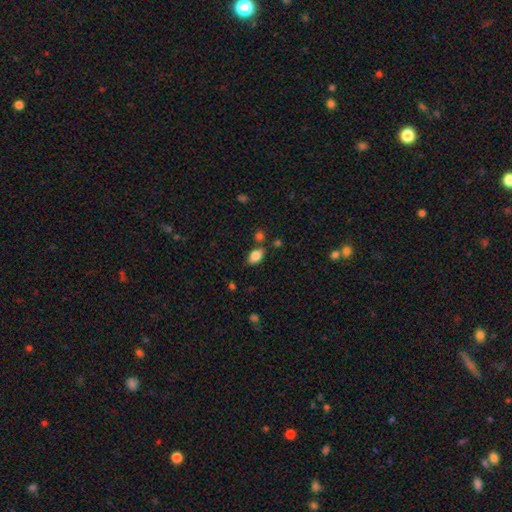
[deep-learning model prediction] This is clearly a smooth galaxy (84%). How rounded: clearly in between (87%). Merging: likely none (75%).